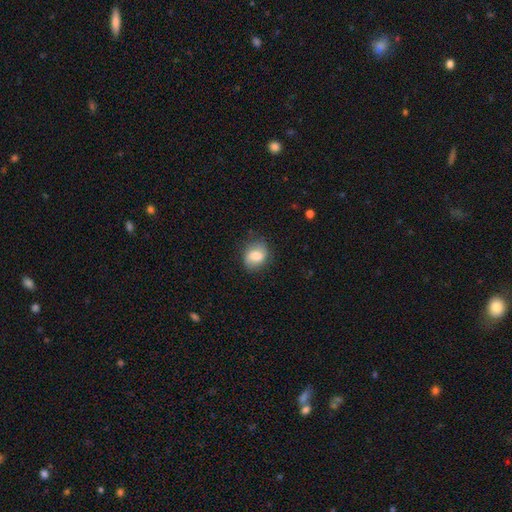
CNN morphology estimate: The model was most divided on "how rounded": round: 53%, in between: 46%, cigar-shaped: 1%. More confident: smooth or featured — smooth (76%); merging — none (75%).